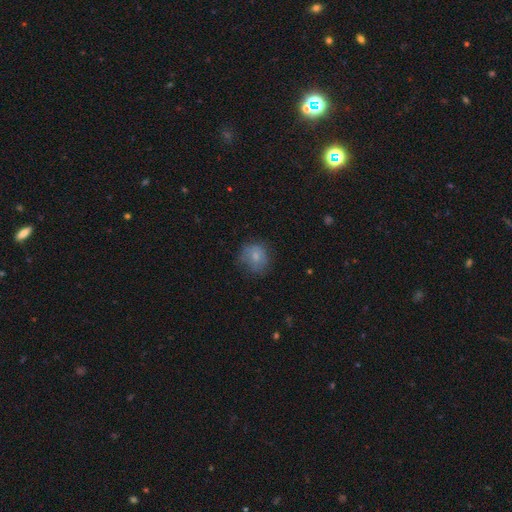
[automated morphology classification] Smooth or featured?
  - smooth: 72% *
  - featured or disk: 18%
  - star or artifact: 9%
How rounded?
  - round: 73% *
  - in between: 26%
  - cigar-shaped: 1%
Merging?
  - none: 60% *
  - minor disturbance: 26%
  - major disturbance: 13%
  - merger: 2%